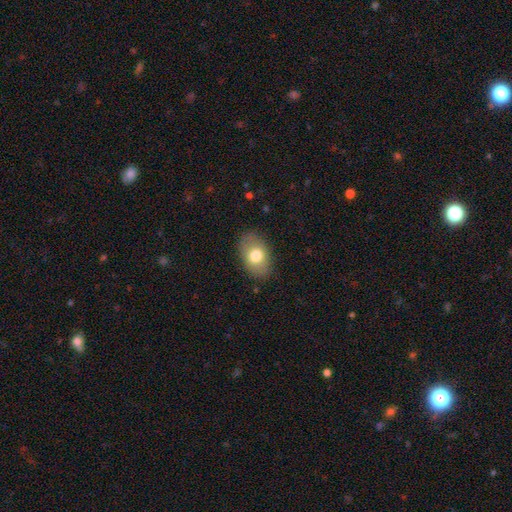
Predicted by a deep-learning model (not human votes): The model was most divided on "smooth or featured": smooth: 74%, featured or disk: 18%, star or artifact: 8%. More confident: how rounded — in between (86%); merging — none (84%).